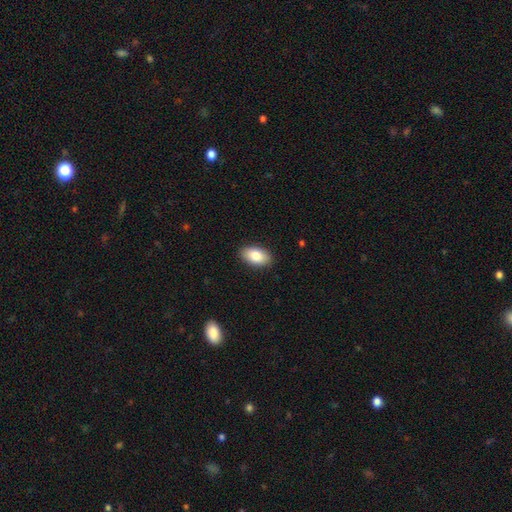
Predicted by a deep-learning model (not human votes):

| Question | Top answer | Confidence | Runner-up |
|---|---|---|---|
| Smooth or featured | smooth | 84% | featured or disk (10%) |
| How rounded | in between | 93% | round (5%) |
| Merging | none | 90% | minor disturbance (8%) |